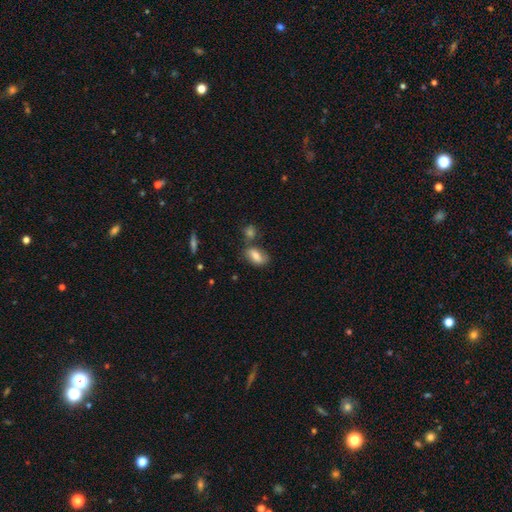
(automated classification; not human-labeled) A smooth galaxy with no disk features (74%) that is in between round and cigar-shaped (87%). Merging: none (58%).